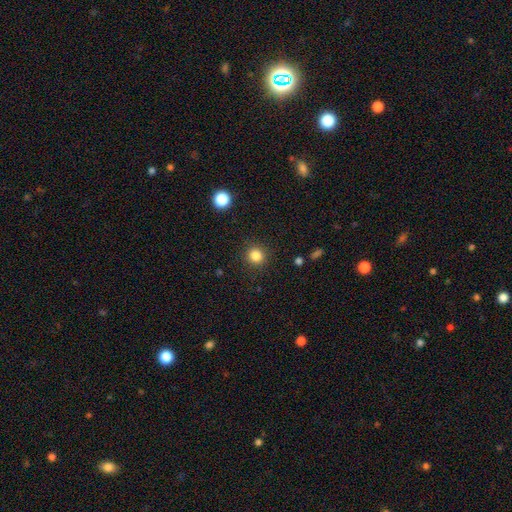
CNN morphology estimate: Smooth or featured?
  - smooth: 84% *
  - star or artifact: 12%
  - featured or disk: 4%
How rounded?
  - round: 90% *
  - in between: 9%
  - cigar-shaped: 1%
Merging?
  - none: 90% *
  - minor disturbance: 6%
  - major disturbance: 2%
  - merger: 1%